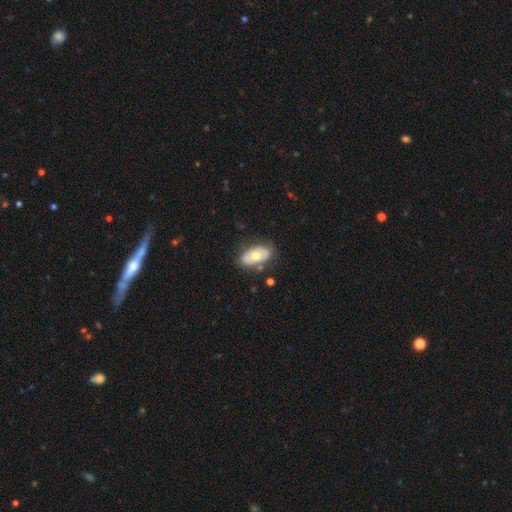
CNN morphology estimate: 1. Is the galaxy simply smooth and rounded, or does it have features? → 53% smooth, 42% featured or disk, 6% star or artifact.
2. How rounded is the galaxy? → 91% in between, 6% round, 3% cigar-shaped.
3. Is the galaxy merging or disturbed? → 75% none, 17% minor disturbance, 5% major disturbance, 4% merger.